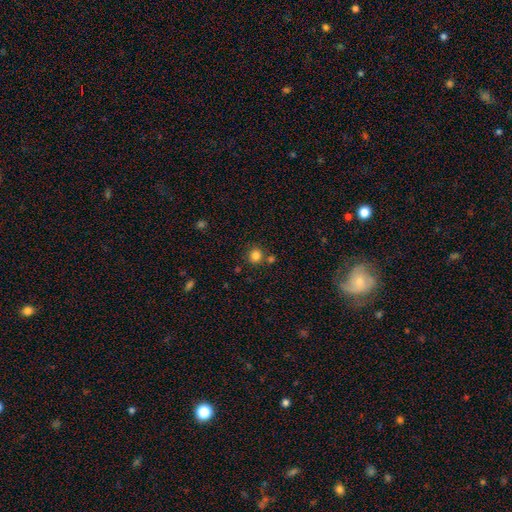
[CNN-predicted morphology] Smooth or featured: smooth — 83% (star or artifact — 12%)
How rounded: round — 89% (in between — 10%)
Merging: none — 76% (merger — 12%)